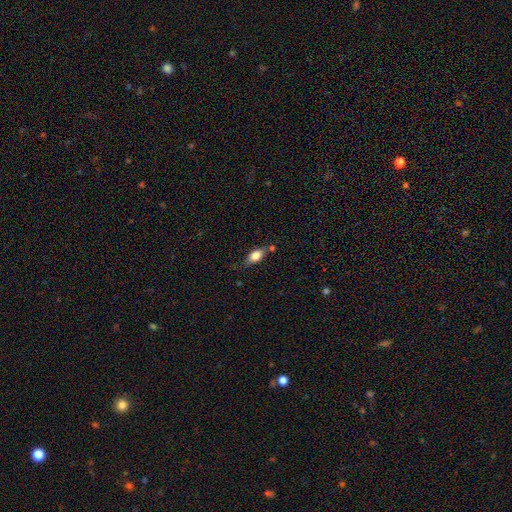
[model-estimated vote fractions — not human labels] smooth 76%, featured or disk 16%, star or artifact 8%. Down the decision tree: how rounded — in between (83%); merging — none (64%).